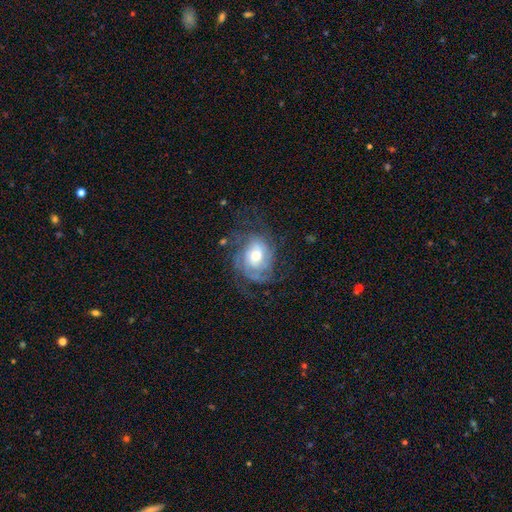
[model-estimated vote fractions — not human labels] A featured or disk galaxy (75%) with no bar (70%), tight (53%) spiral arms (88%) and a moderate central bulge (63%). Merging: none (59%).